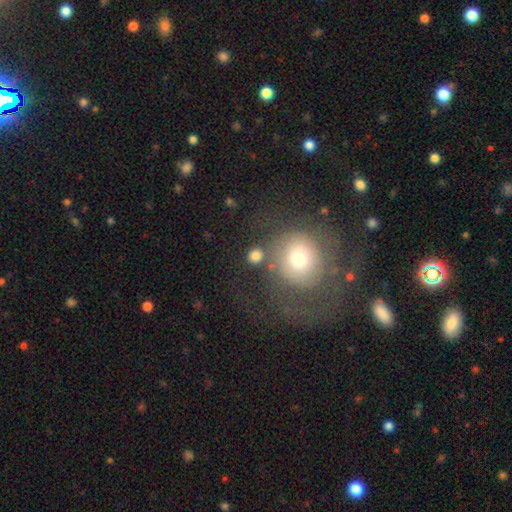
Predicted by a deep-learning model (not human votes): This is likely a smooth galaxy (78%). How rounded: clearly round (86%). Merging: likely none (72%).